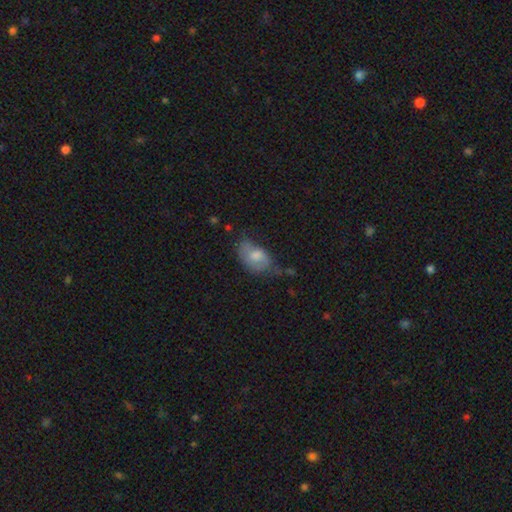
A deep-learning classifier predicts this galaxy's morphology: smooth 63%, featured or disk 27%, star or artifact 9%. Down the decision tree: how rounded — in between (85%); merging — none (39%).